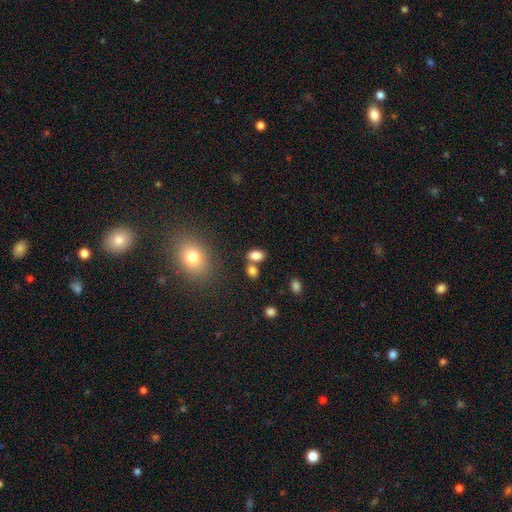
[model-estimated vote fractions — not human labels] This appears to be a smooth galaxy with no disk features (83%) that is in between round and cigar-shaped (84%). Merging: none (58%).